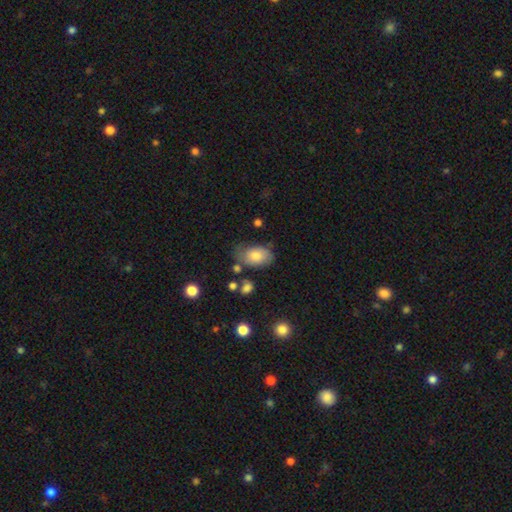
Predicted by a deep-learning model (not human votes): Morphology: type=smooth (72%); roundness=in between (89%); merging=none (59%).